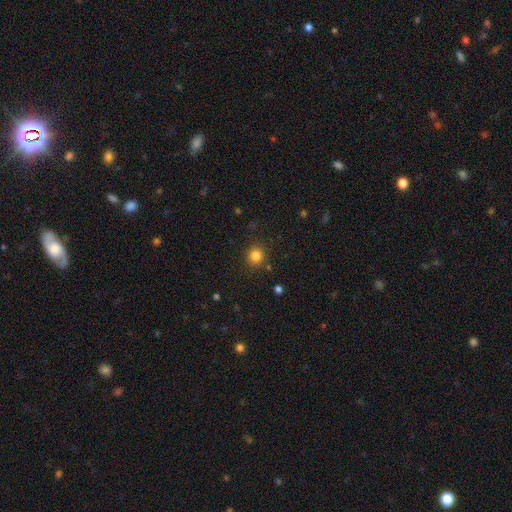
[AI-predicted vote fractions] Q: Smooth or featured?
A: smooth (83%); runner-up: star or artifact (12%)
Q: How rounded?
A: round (88%); runner-up: in between (11%)
Q: Merging?
A: none (87%); runner-up: minor disturbance (8%)